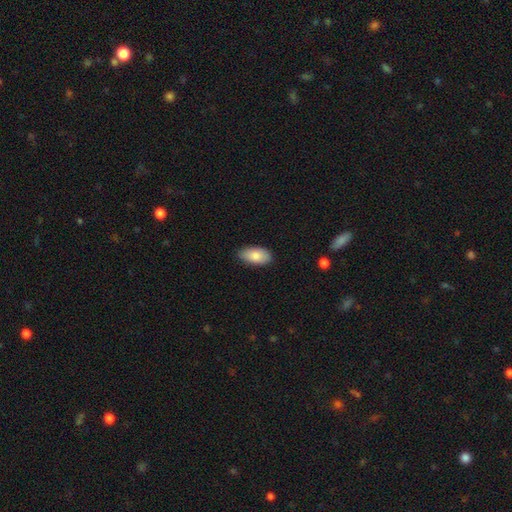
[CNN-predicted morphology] A smooth galaxy with no disk features (84%) that is in between round and cigar-shaped (94%). Merging: none (84%).